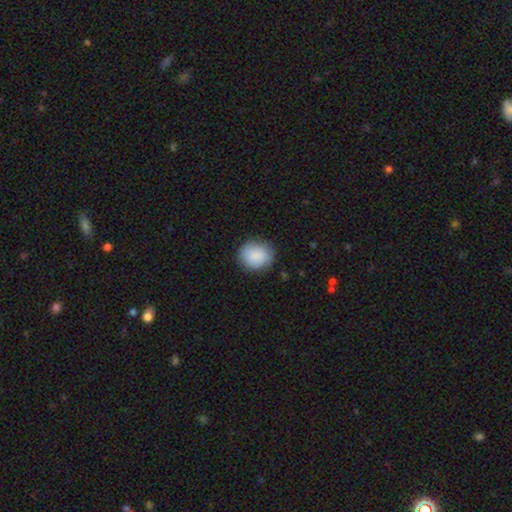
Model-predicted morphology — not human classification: A smooth galaxy with no disk features (88%) that is round (80%). Merging: none (86%).